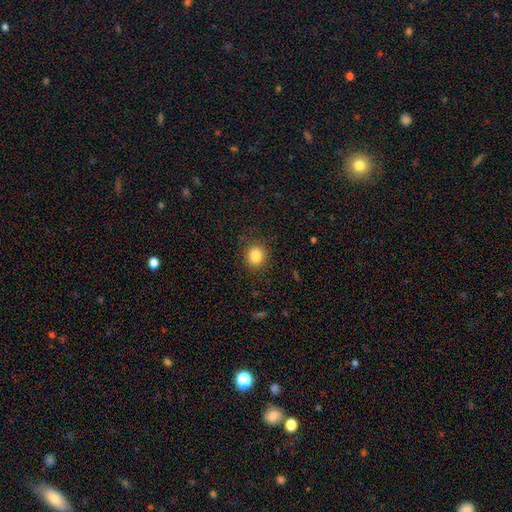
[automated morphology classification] type=smooth (85%); roundness=round (78%); merging=none (87%).